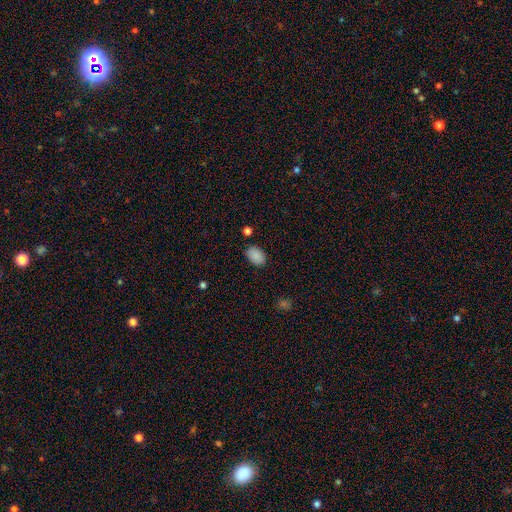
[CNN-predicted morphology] smooth 88%, star or artifact 8%, featured or disk 4%. Down the decision tree: how rounded — in between (86%); merging — none (84%).